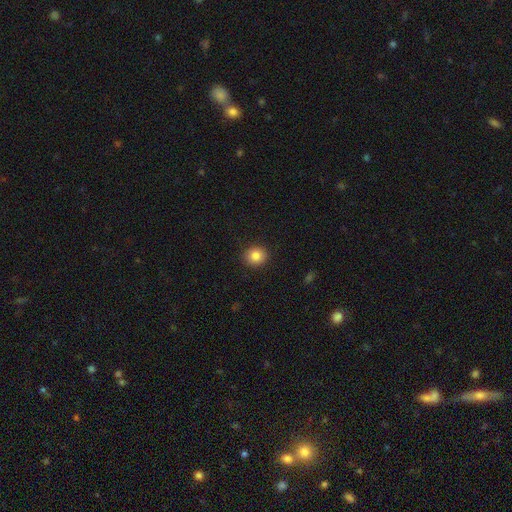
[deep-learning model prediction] The model was most divided on "how rounded": round: 82%, in between: 17%, cigar-shaped: 1%. More confident: merging — none (91%); smooth or featured — smooth (85%).